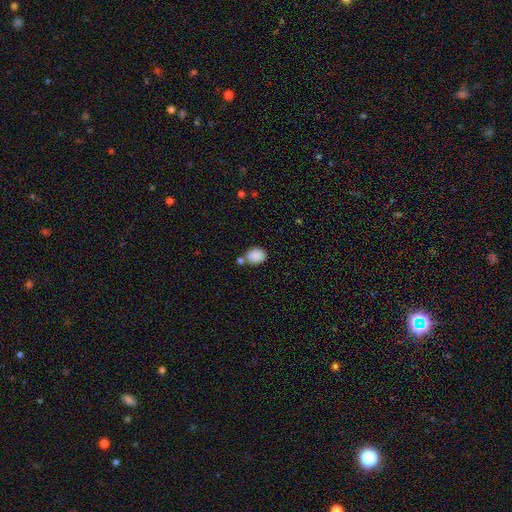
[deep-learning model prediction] Morphology: type=smooth (88%); roundness=in between (53%); merging=none (67%).